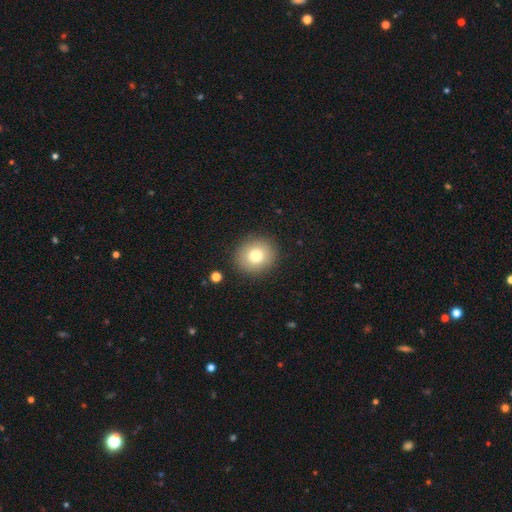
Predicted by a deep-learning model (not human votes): A smooth galaxy with no disk features (78%) that is round (85%). Merging: none (89%).